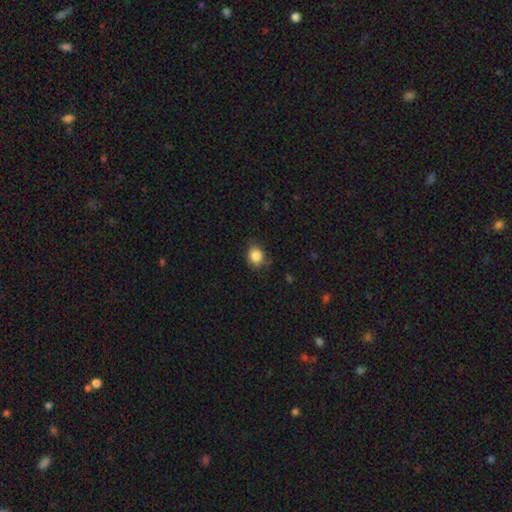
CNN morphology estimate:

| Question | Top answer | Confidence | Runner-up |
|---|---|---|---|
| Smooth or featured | smooth | 86% | star or artifact (10%) |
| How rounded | round | 62% | in between (37%) |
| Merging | none | 70% | minor disturbance (24%) |